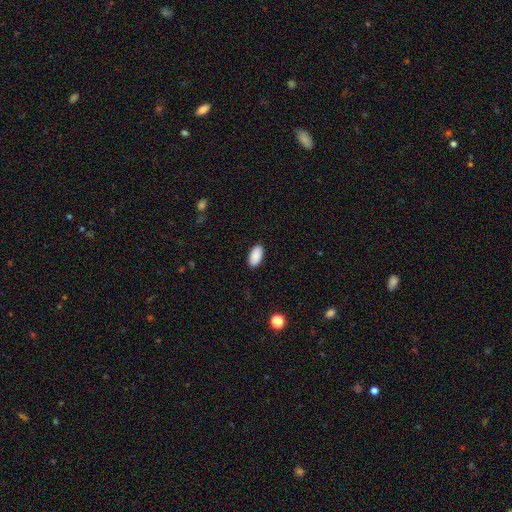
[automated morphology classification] Smooth or featured: smooth — 90% (star or artifact — 7%)
How rounded: in between — 95% (round — 3%)
Merging: none — 89% (minor disturbance — 8%)